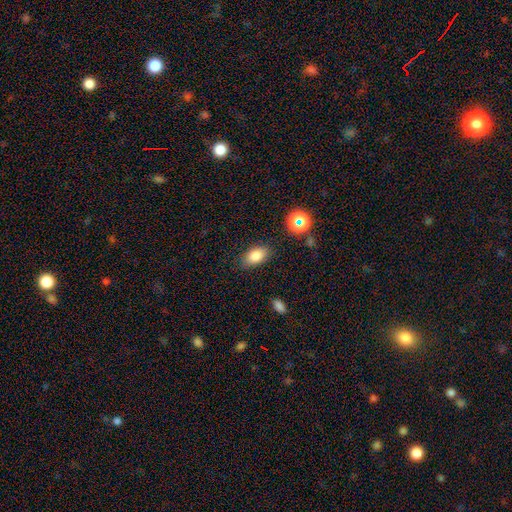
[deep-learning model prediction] Overall: smooth (82%). How rounded: in between (89%). Merging: none (83%).